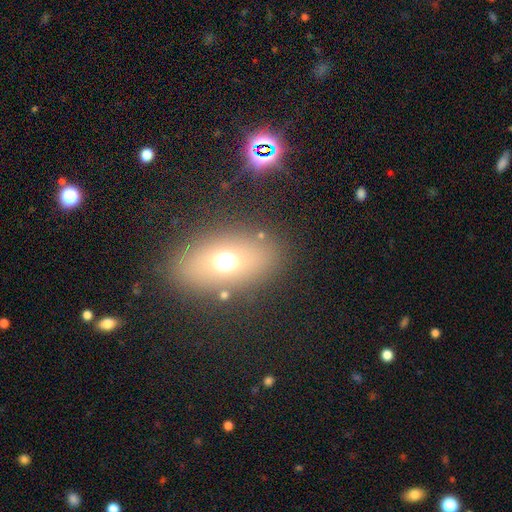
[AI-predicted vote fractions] Smooth or featured?
  - smooth: 60% *
  - featured or disk: 22%
  - star or artifact: 18%
How rounded?
  - in between: 78% *
  - round: 18%
  - cigar-shaped: 4%
Merging?
  - none: 83% *
  - minor disturbance: 10%
  - major disturbance: 5%
  - merger: 3%